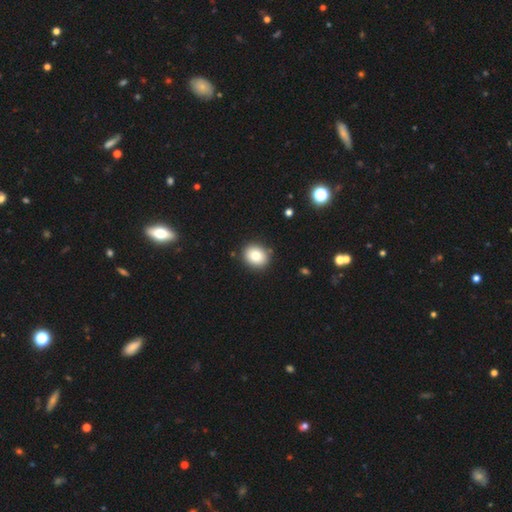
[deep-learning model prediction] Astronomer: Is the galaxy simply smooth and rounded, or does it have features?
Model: smooth — 81%.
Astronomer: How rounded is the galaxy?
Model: round — 63%.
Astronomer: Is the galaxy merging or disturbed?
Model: none — 87%.